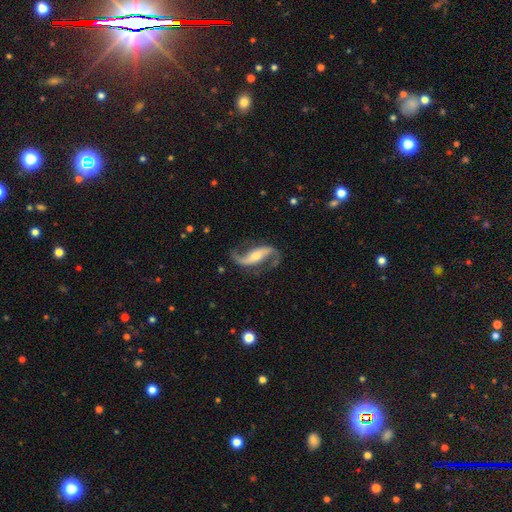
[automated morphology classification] Smooth or featured? featured or disk (91%)
Edge-on disk? no (95%)
Bar? strong (48%)
Spiral arms? yes (97%)
Spiral winding? loose (66%)
Spiral arm count? 2 (93%)
Bulge size? small (48%)
Merging? none (80%)